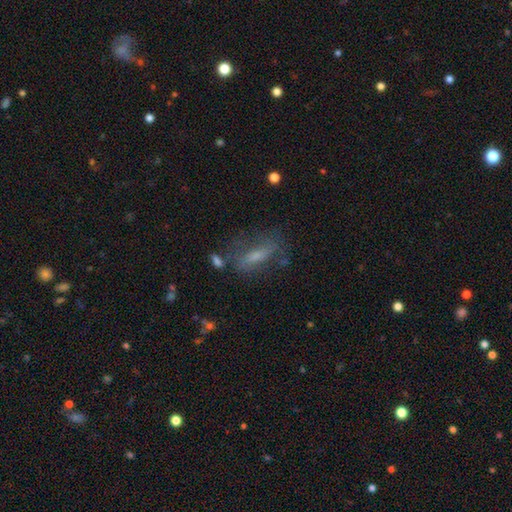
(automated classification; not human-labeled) Overall: smooth (47%; featured or disk 38%). Merging: none (60%; minor disturbance 21%).